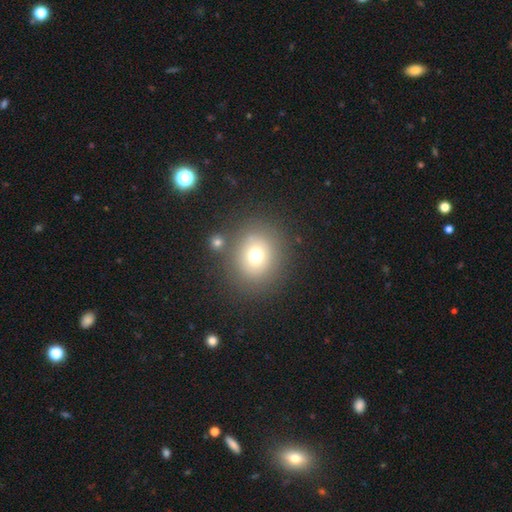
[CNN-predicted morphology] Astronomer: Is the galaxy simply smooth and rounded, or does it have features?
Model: smooth — 71%.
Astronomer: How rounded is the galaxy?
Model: round — 81%.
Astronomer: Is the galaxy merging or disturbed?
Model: none — 77%.